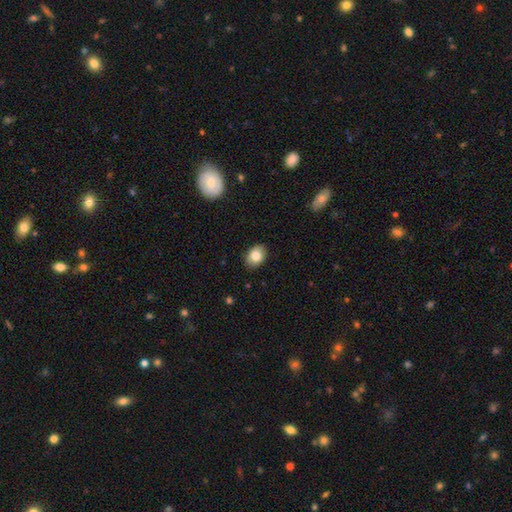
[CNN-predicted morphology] A smooth galaxy with no disk features (82%) that is in between round and cigar-shaped (75%).

Vote fractions:
- Smooth or featured? smooth: 82% / featured or disk: 10% / star or artifact: 8%
- How rounded? in between: 75% / round: 24% / cigar-shaped: 1%
- Merging? none: 88% / minor disturbance: 9% / major disturbance: 2% / merger: 1%